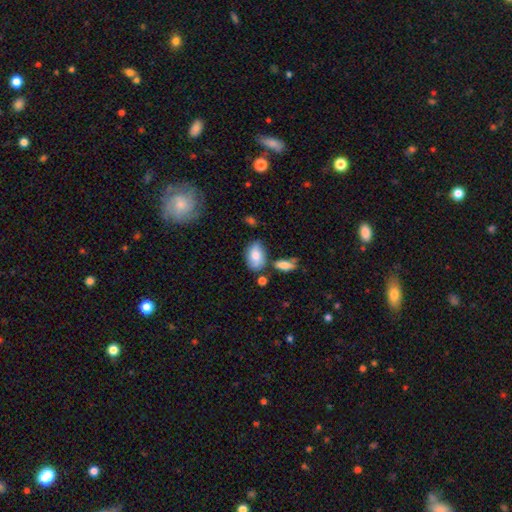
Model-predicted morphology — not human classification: Q: Smooth or featured?
A: smooth (76%); runner-up: featured or disk (17%)
Q: How rounded?
A: in between (90%); runner-up: round (8%)
Q: Merging?
A: none (62%); runner-up: minor disturbance (22%)